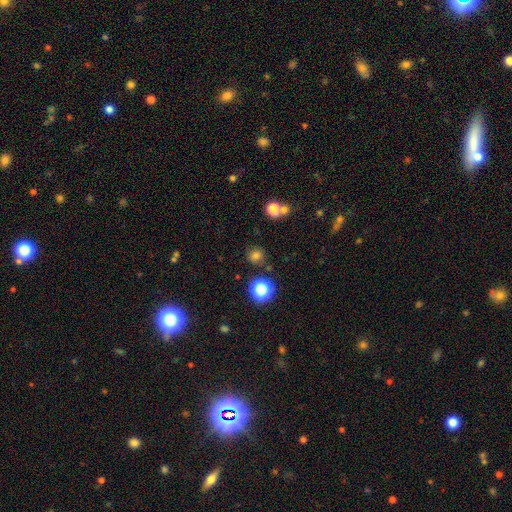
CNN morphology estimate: The model was most divided on "smooth or featured": smooth: 74%, star or artifact: 21%, featured or disk: 6%. More confident: how rounded — round (89%); merging — none (83%).